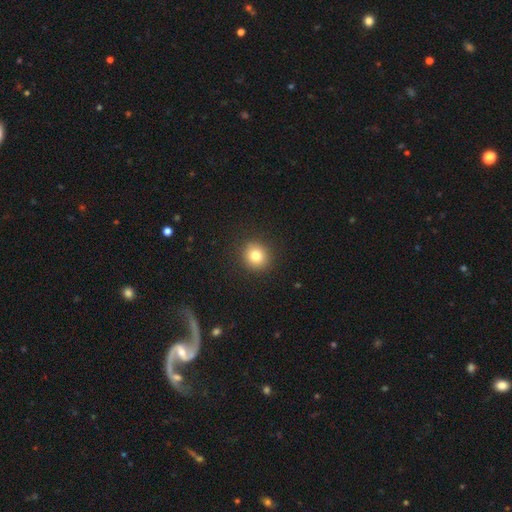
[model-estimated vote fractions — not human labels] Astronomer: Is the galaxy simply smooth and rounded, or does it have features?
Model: smooth — 81%.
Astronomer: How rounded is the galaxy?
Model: round — 87%.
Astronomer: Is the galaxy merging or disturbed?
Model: none — 91%.